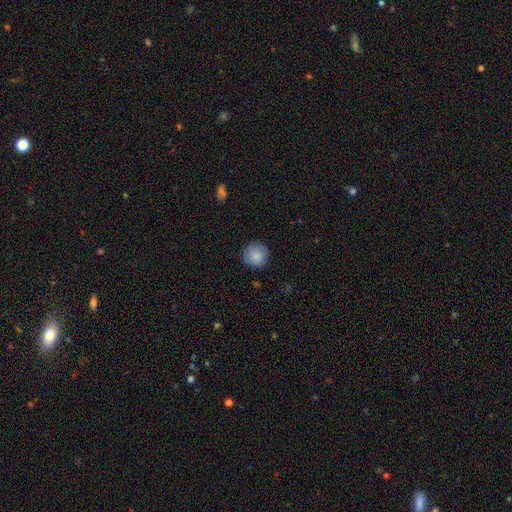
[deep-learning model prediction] The model was most divided on "merging": none: 88%, minor disturbance: 9%, major disturbance: 2%, merger: 1%. More confident: how rounded — round (94%); smooth or featured — smooth (88%).